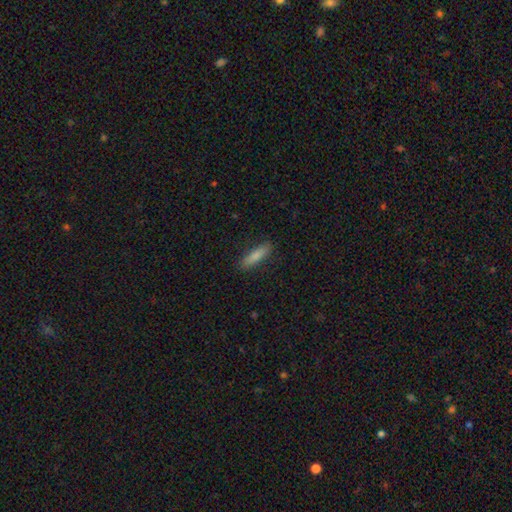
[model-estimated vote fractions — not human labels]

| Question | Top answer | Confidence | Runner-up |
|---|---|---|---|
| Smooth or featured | smooth | 80% | featured or disk (14%) |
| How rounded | cigar-shaped | 74% | in between (25%) |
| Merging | none | 87% | minor disturbance (10%) |